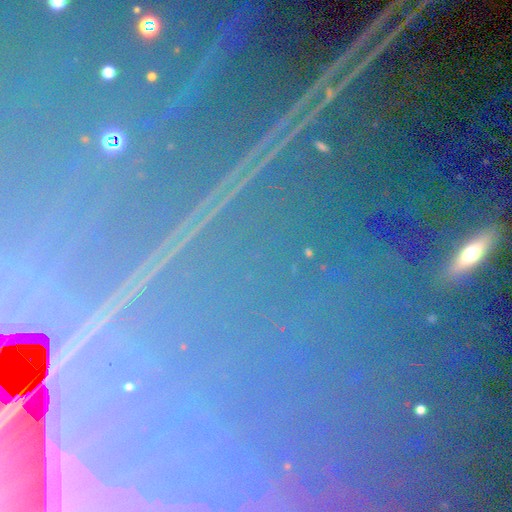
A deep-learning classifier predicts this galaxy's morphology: Smooth or featured? Predicted: star or artifact (p=0.84).